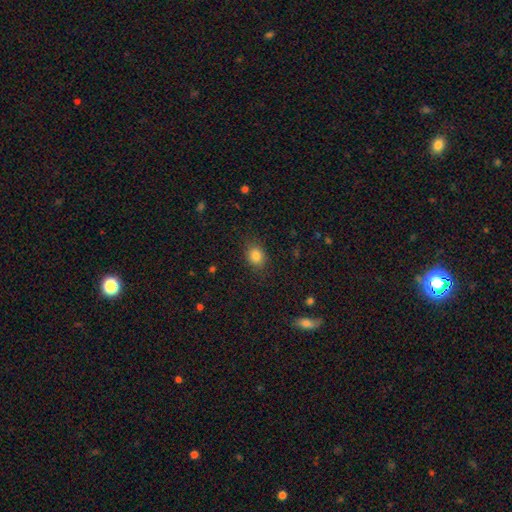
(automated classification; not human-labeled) Smooth or featured? Predicted: smooth (p=0.84). How rounded? Predicted: round (p=0.51). Merging? Predicted: none (p=0.84).